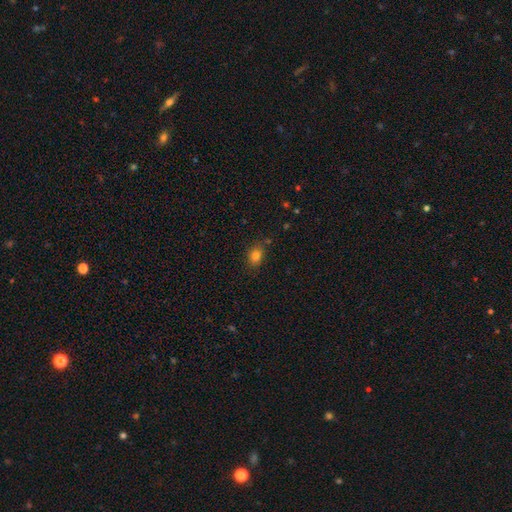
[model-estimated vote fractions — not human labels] smooth-or-featured: smooth: 81% | star or artifact: 13% | featured or disk: 7%
  how-rounded: in between: 67% | round: 31% | cigar-shaped: 1%
  merging: none: 77% | minor disturbance: 16% | major disturbance: 4% | merger: 4%